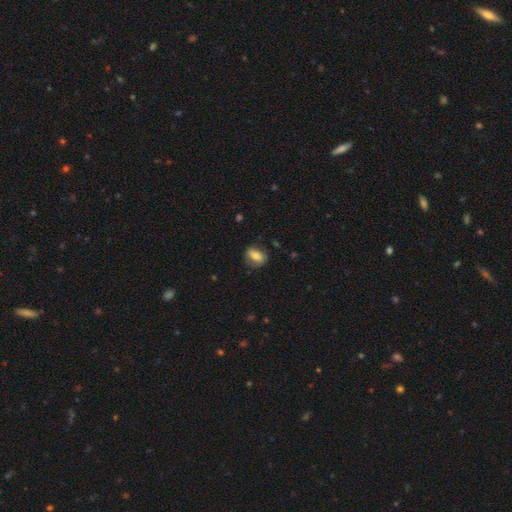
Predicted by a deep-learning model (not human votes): smooth 70%, featured or disk 22%, star or artifact 8%. Down the decision tree: how rounded — in between (73%); merging — none (72%).